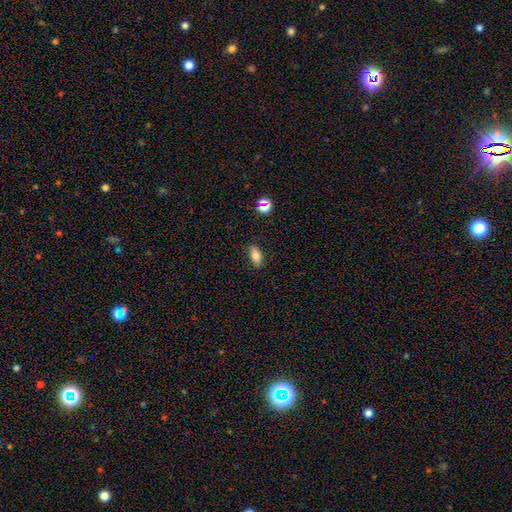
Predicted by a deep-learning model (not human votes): Smooth or featured? Predicted: smooth (p=0.77). How rounded? Predicted: in between (p=0.85). Merging? Predicted: none (p=0.81).